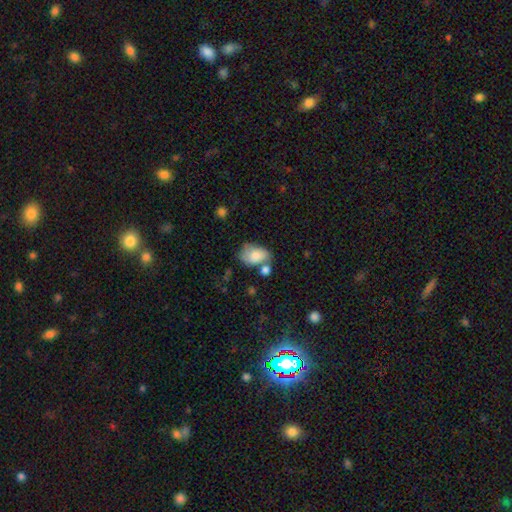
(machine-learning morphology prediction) This is likely a smooth galaxy (72%). How rounded: clearly in between (82%). Merging: marginally none (40%).